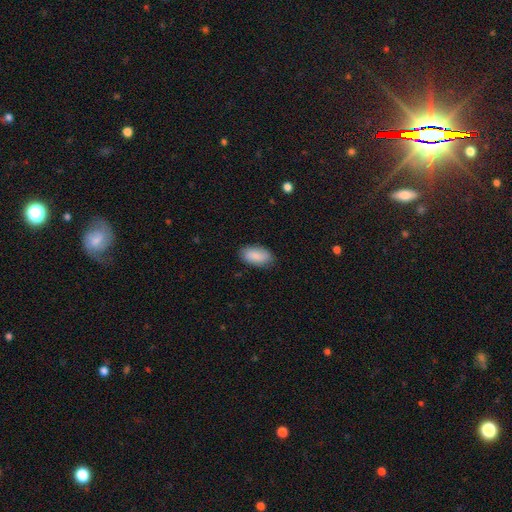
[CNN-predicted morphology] The model was most divided on "merging": none: 84%, minor disturbance: 13%, major disturbance: 3%, merger: 1%. More confident: how rounded — in between (94%); smooth or featured — smooth (87%).